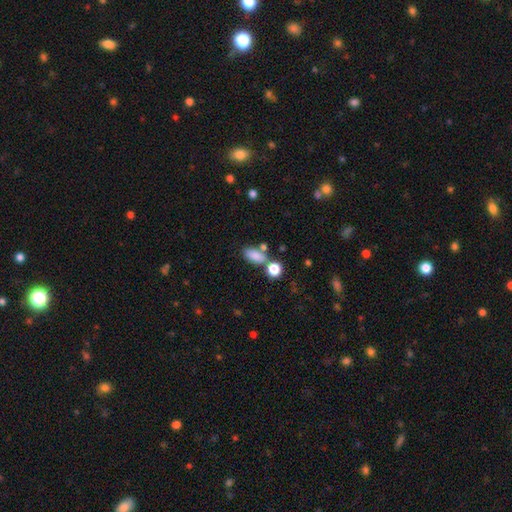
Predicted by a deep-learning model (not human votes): Smooth or featured?
  - smooth: 83% *
  - star or artifact: 10%
  - featured or disk: 7%
How rounded?
  - in between: 85% *
  - round: 8%
  - cigar-shaped: 6%
Merging?
  - none: 57% *
  - merger: 25%
  - minor disturbance: 13%
  - major disturbance: 5%